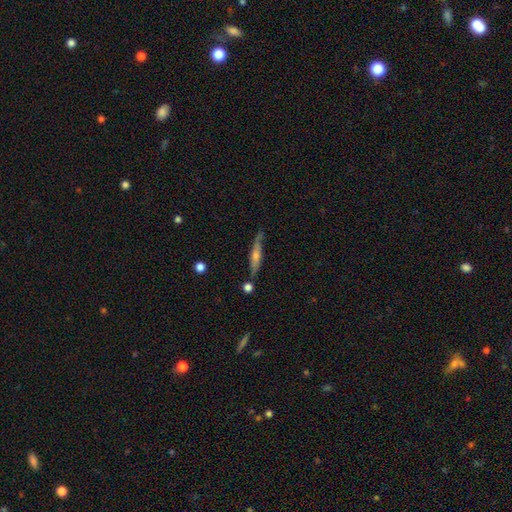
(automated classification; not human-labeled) Smooth or featured? featured or disk (66%)
Edge-on disk? yes (90%)
Edge-on bulge? rounded (78%)
Merging? none (75%)